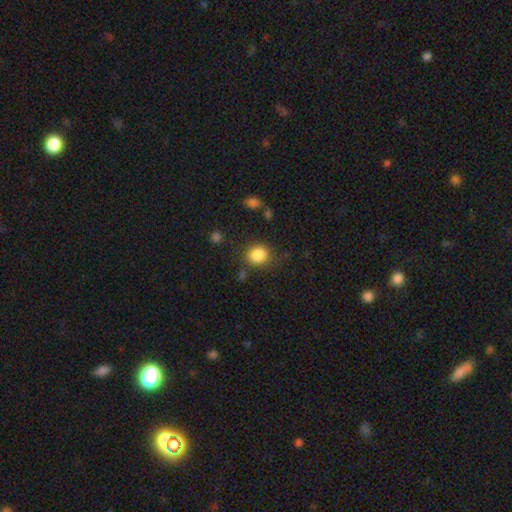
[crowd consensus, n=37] Smooth or featured: smooth — 95% (featured or disk — 3%)
How rounded: round — 91% (in between — 9%)
Merging: none — 83% (minor disturbance — 14%)